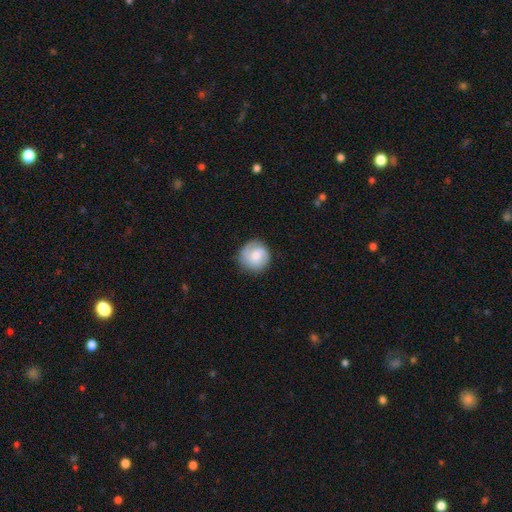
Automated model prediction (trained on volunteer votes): smooth 54%, featured or disk 39%, star or artifact 7%. Down the decision tree: how rounded — round (91%); merging — none (81%).